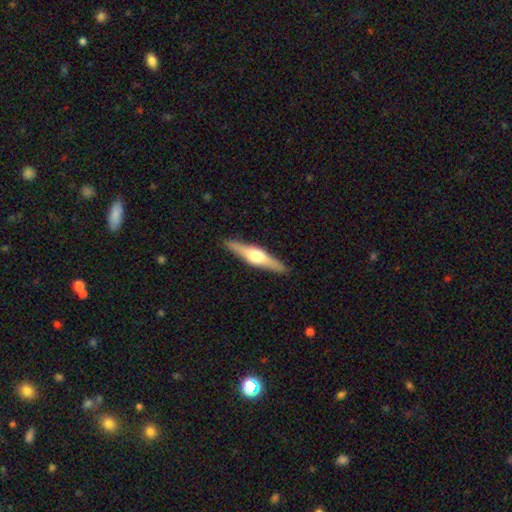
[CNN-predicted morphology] type=featured or disk (69%); edge-on=yes (97%); edge-on bulge=rounded (92%); merging=none (91%).